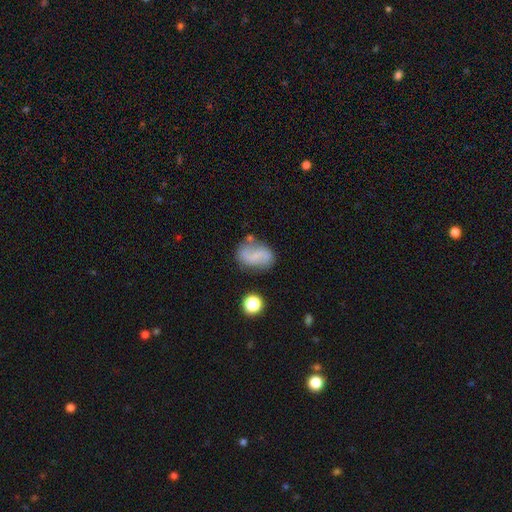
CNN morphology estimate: Smooth or featured? featured or disk (49%)
Merging? none (65%)